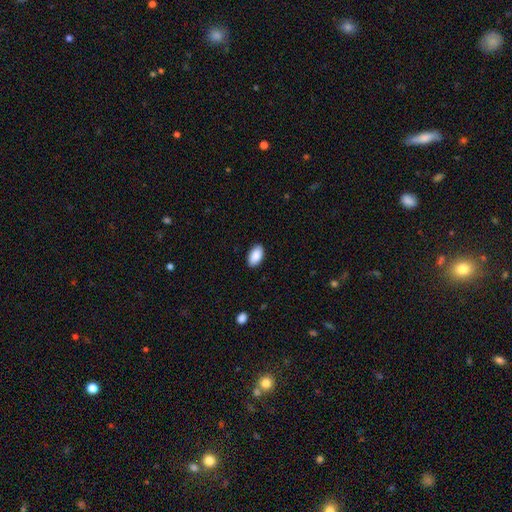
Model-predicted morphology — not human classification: This is clearly a smooth galaxy (90%). How rounded: clearly in between (95%). Merging: clearly none (88%).